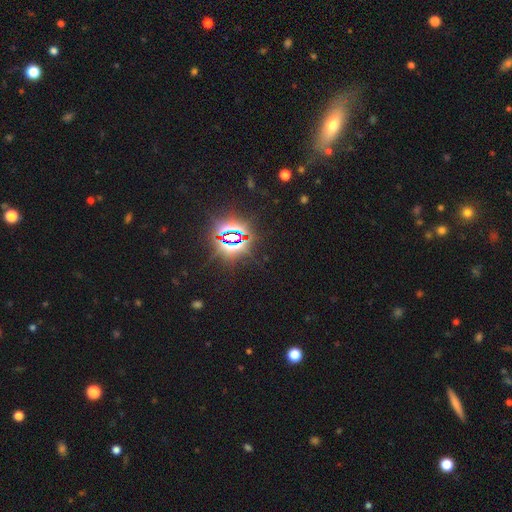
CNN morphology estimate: Smooth or featured: star or artifact — 80% (smooth — 12%)